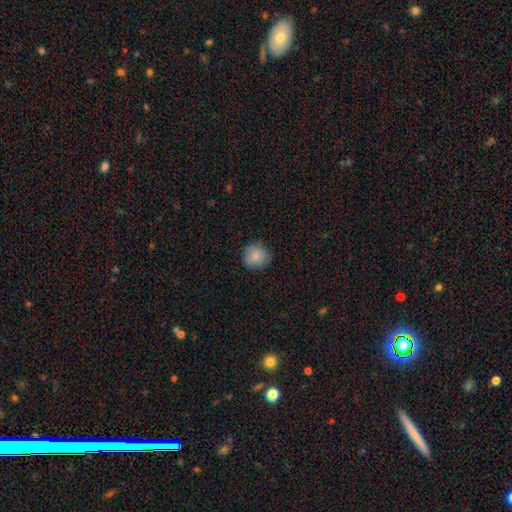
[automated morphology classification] smooth-or-featured: smooth: 86% | star or artifact: 8% | featured or disk: 6%
  how-rounded: round: 91% | in between: 8% | cigar-shaped: 1%
  merging: none: 85% | minor disturbance: 12% | major disturbance: 2% | merger: 1%